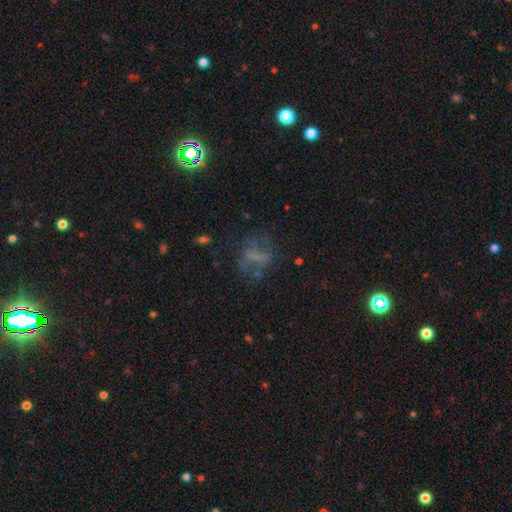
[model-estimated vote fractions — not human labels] Overall: featured or disk (42%; smooth 38%). Merging: none (53%; major disturbance 24%).